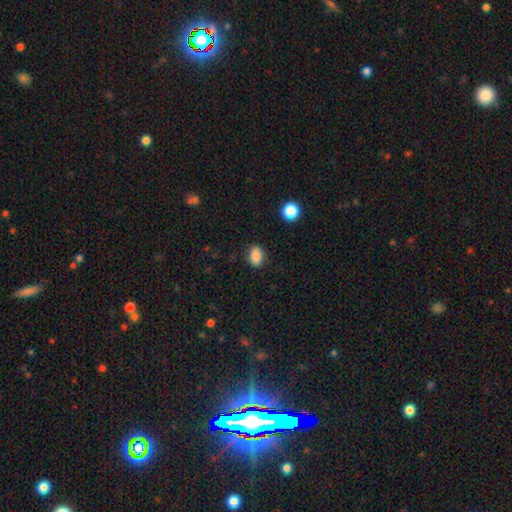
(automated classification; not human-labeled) Overall: smooth (86%). How rounded: in between (71%). Merging: none (86%).